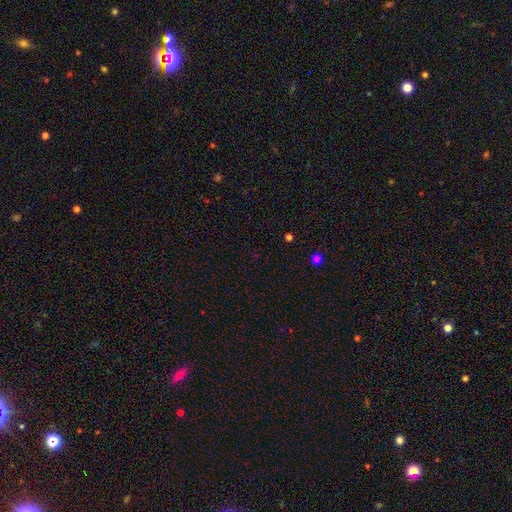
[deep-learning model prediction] Morphology: type=star or artifact (62%).